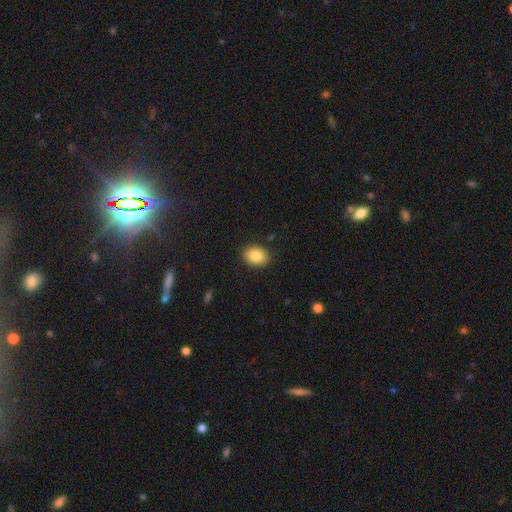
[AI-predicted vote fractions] Smooth or featured?
  - smooth: 85% *
  - star or artifact: 8%
  - featured or disk: 7%
How rounded?
  - in between: 68% *
  - round: 31%
  - cigar-shaped: 1%
Merging?
  - none: 89% *
  - minor disturbance: 8%
  - major disturbance: 2%
  - merger: 1%